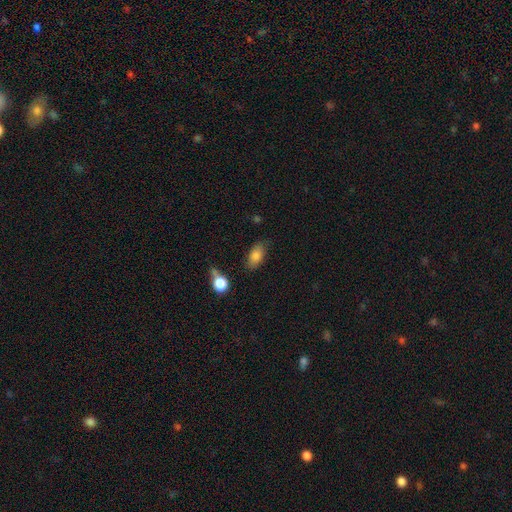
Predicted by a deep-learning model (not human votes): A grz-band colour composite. It shows a smooth galaxy with no disk features (80%) that is in between round and cigar-shaped (89%). Merging: none (72%).